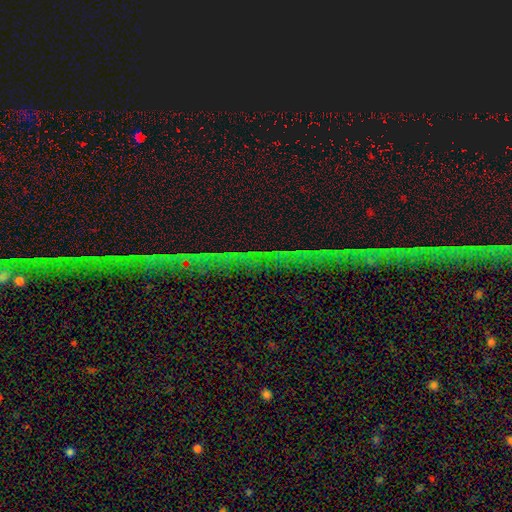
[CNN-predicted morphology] A star or artifact, not a galaxy (78%).